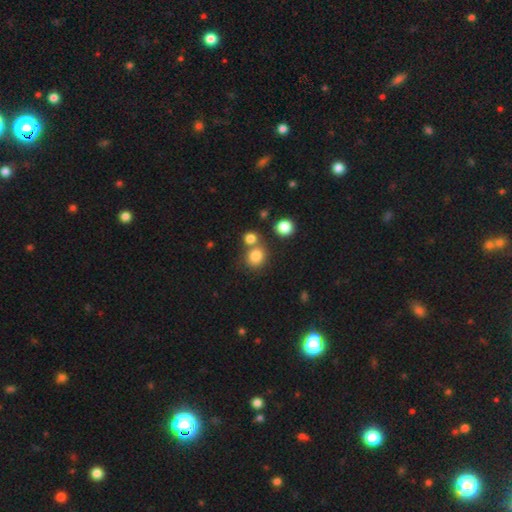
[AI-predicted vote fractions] Smooth or featured? Predicted: smooth (p=0.81). How rounded? Predicted: round (p=0.79). Merging? Predicted: none (p=0.60).